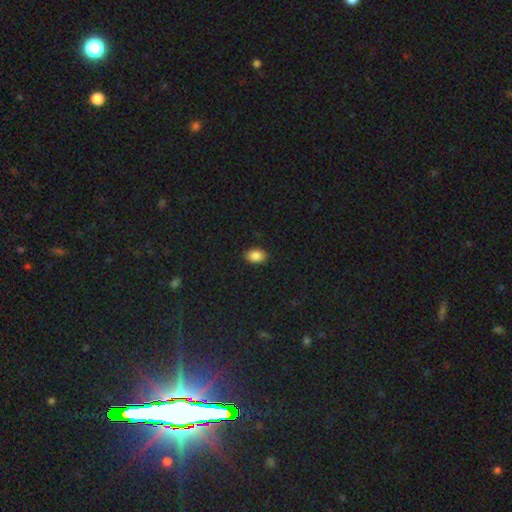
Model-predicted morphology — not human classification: Smooth or featured?
  - smooth: 88% *
  - star or artifact: 9%
  - featured or disk: 4%
How rounded?
  - in between: 84% *
  - round: 15%
  - cigar-shaped: 1%
Merging?
  - none: 89% *
  - minor disturbance: 8%
  - major disturbance: 2%
  - merger: 1%